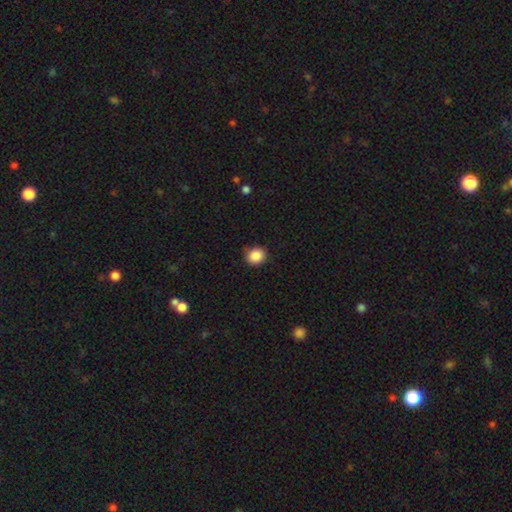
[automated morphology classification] A smooth galaxy with no disk features (87%) that is round (80%).

Vote fractions:
- Smooth or featured? smooth: 87% / star or artifact: 9% / featured or disk: 3%
- How rounded? round: 80% / in between: 19% / cigar-shaped: 1%
- Merging? none: 83% / minor disturbance: 14% / major disturbance: 3% / merger: 1%